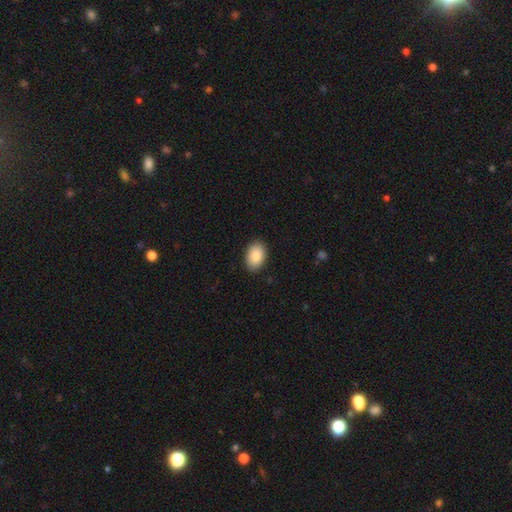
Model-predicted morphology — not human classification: A smooth galaxy with no disk features (88%) that is in between round and cigar-shaped (88%). Merging: none (88%).